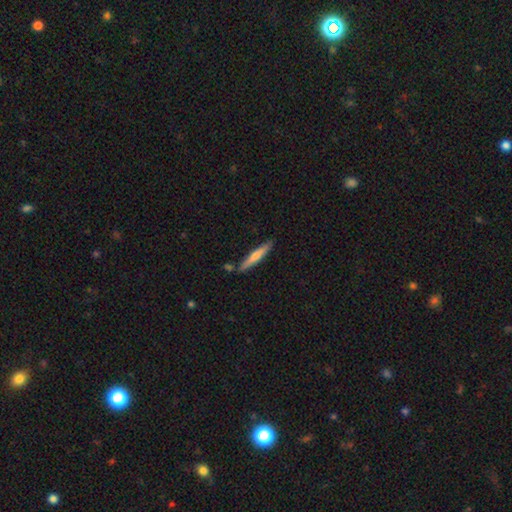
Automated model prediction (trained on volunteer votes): Overall: smooth (55%; featured or disk 40%). How rounded: cigar-shaped (93%). Merging: none (82%).